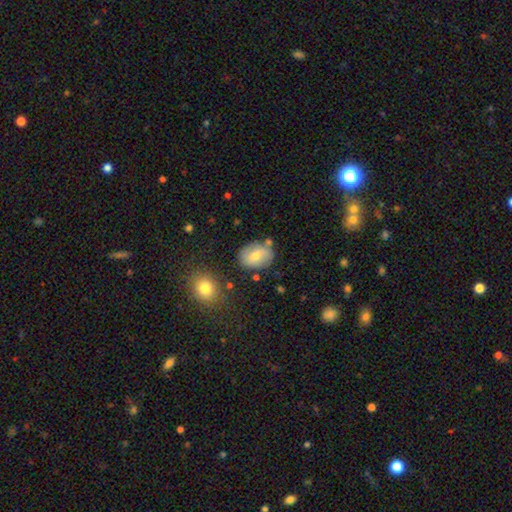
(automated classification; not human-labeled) Morphology: type=smooth (63%); roundness=in between (64%); merging=none (76%).